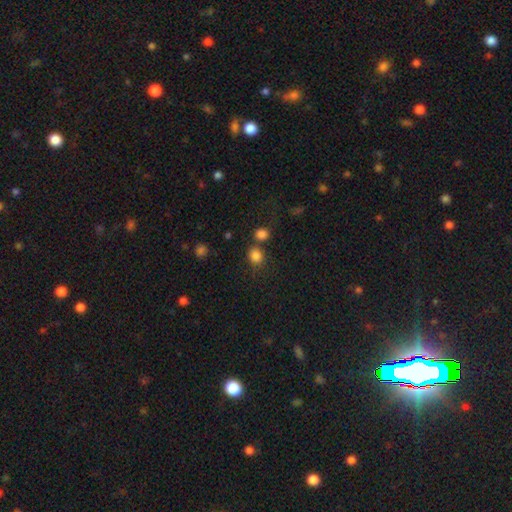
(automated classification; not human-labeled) This is clearly a smooth galaxy (83%). How rounded: likely round (73%). Merging: likely none (65%).